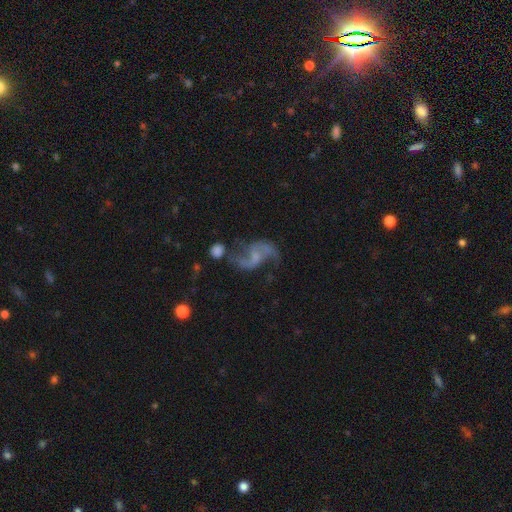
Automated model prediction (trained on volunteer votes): smooth_or_featured: featured or disk (p=0.83) [alt: smooth p=0.09]
disk_edge_on: no (p=0.97) [alt: yes p=0.03]
bar: no (p=0.47) [alt: weak p=0.41]
has_spiral_arms: yes (p=0.93) [alt: no p=0.07]
spiral_winding: loose (p=0.76) [alt: medium p=0.20]
spiral_arm_count: 2 (p=0.91) [alt: 1 p=0.03]
bulge_size: small (p=0.39) [alt: none p=0.38]
merging: none (p=0.51) [alt: major disturbance p=0.18]